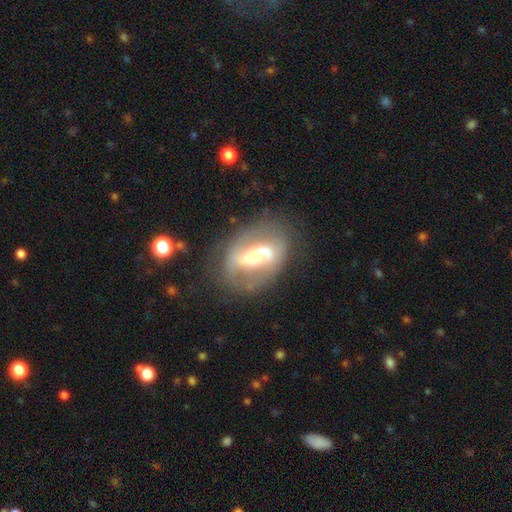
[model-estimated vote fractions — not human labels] featured or disk 78%, smooth 15%, star or artifact 7%. Down the decision tree: edge-on disk — no (95%); bar — strong (36%); spiral arms — yes (81%); spiral arm count — 2 (80%); spiral winding — medium (41%); bulge size — moderate (46%); merging — none (65%).